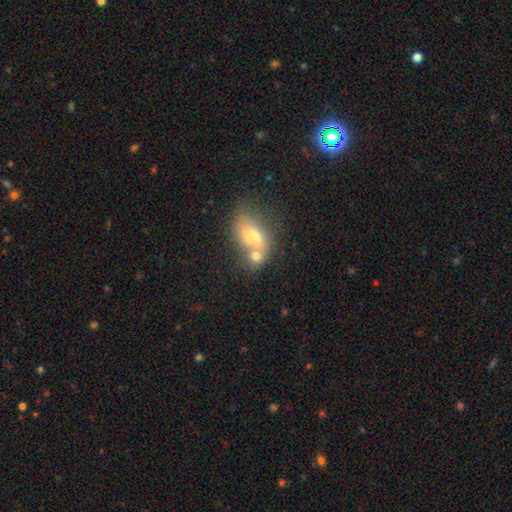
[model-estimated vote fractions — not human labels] Smooth or featured? Predicted: smooth (p=0.65). How rounded? Predicted: in between (p=0.69). Merging? Predicted: merger (p=0.61).